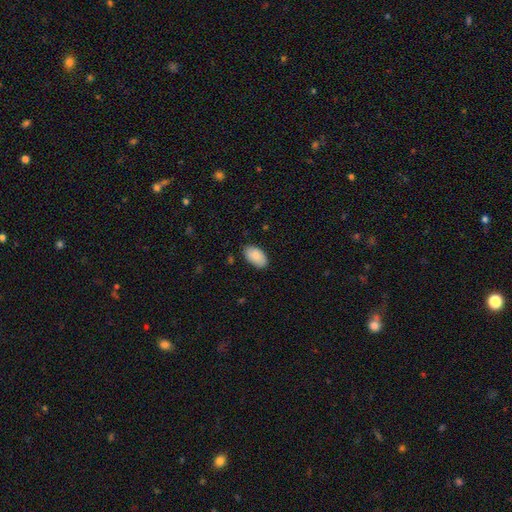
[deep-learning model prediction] smooth 88%, star or artifact 6%, featured or disk 6%. Down the decision tree: how rounded — in between (95%); merging — none (82%).